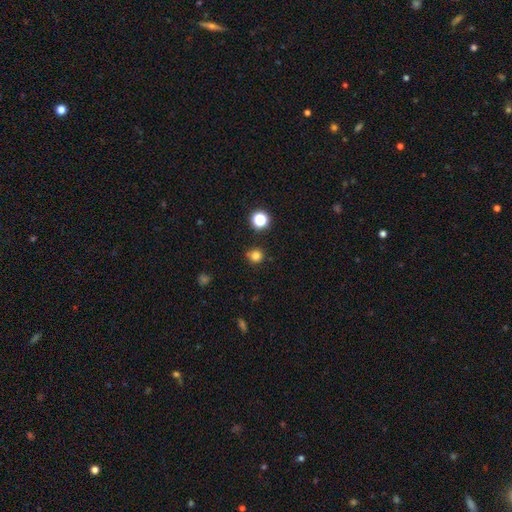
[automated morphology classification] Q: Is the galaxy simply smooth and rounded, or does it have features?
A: smooth — 79%.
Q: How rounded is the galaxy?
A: round — 92%.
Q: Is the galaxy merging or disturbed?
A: none — 82%.